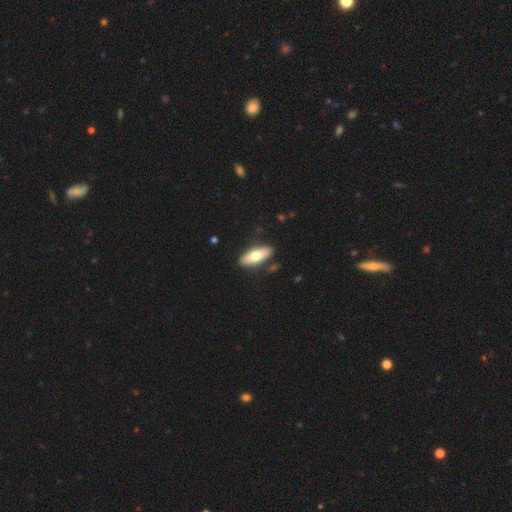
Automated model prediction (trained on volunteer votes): Smooth or featured? Predicted: smooth (p=0.65). How rounded? Predicted: in between (p=0.68). Merging? Predicted: none (p=0.86).